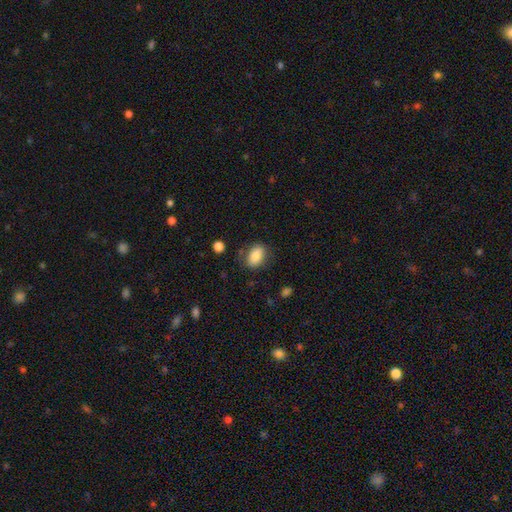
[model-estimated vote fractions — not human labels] Overall: smooth (81%). How rounded: in between (82%). Merging: none (78%).